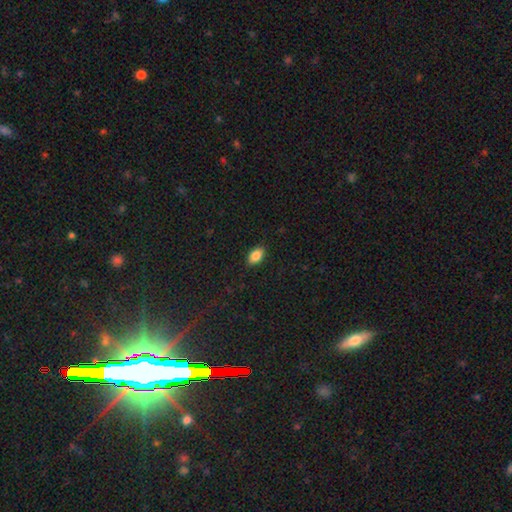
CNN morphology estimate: Overall: smooth (86%). How rounded: in between (92%). Merging: none (89%).